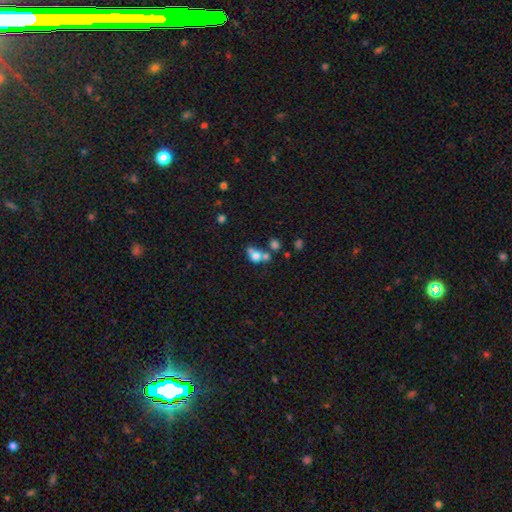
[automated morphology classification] Q: Smooth or featured?
A: smooth (67%); runner-up: featured or disk (20%)
Q: How rounded?
A: round (51%); runner-up: in between (47%)
Q: Merging?
A: merger (52%); runner-up: none (29%)